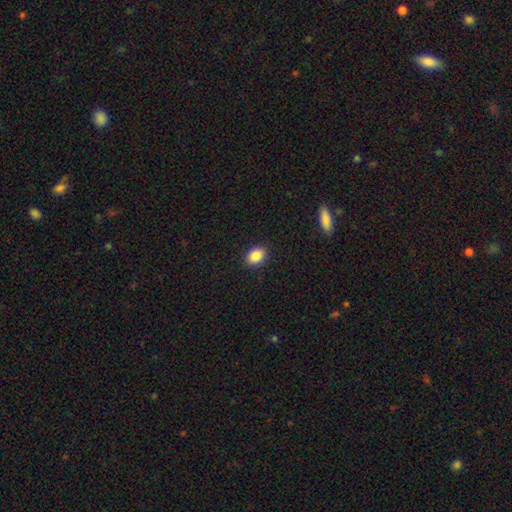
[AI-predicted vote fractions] Morphology: type=smooth (86%); roundness=in between (68%); merging=none (90%).